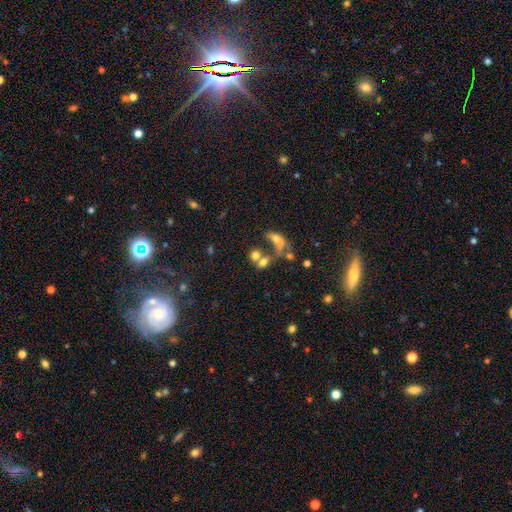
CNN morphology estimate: This appears to be a smooth galaxy with no disk features (65%) that is in between round and cigar-shaped (50%). Merging: merger (53%).